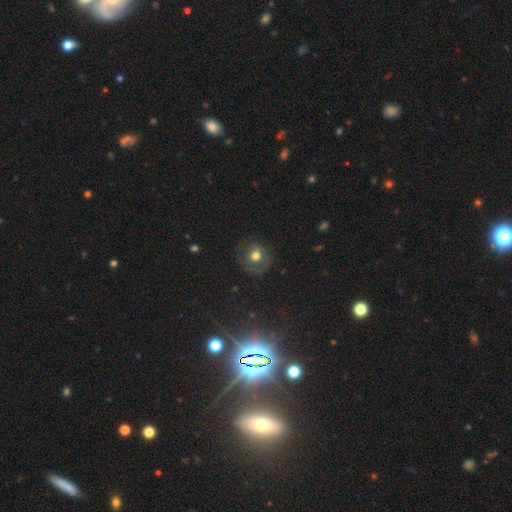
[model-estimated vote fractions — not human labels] This appears to be a smooth galaxy with no disk features (57%) that is round (83%). Merging: none (74%).